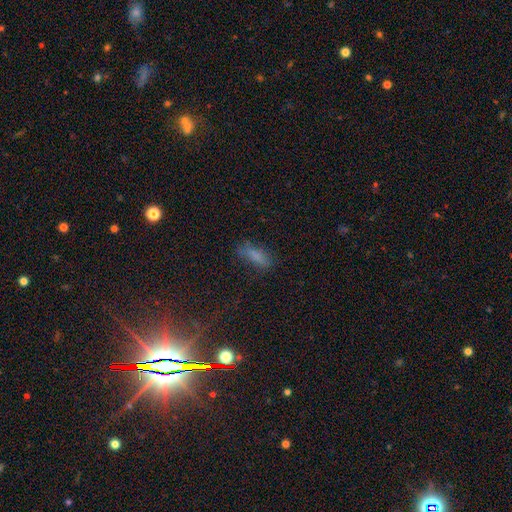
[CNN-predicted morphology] A smooth galaxy with no disk features (73%) that is in between round and cigar-shaped (61%).

Vote fractions:
- Smooth or featured? smooth: 73% / star or artifact: 16% / featured or disk: 12%
- How rounded? in between: 61% / cigar-shaped: 35% / round: 3%
- Merging? none: 60% / minor disturbance: 25% / major disturbance: 12% / merger: 3%